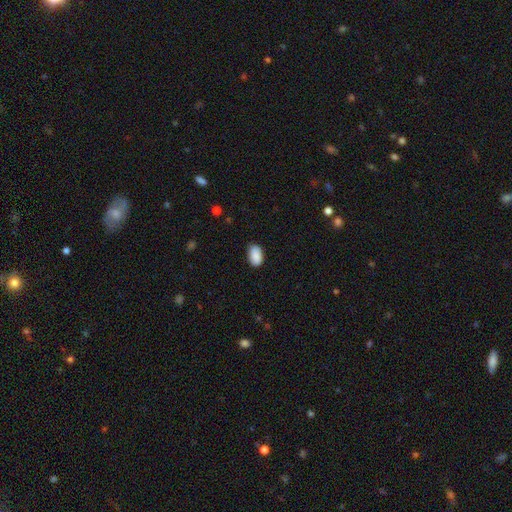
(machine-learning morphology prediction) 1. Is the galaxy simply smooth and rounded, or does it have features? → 90% smooth, 6% star or artifact, 3% featured or disk.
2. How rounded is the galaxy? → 92% in between, 6% round, 1% cigar-shaped.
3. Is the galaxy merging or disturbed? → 84% none, 12% minor disturbance, 2% major disturbance, 1% merger.